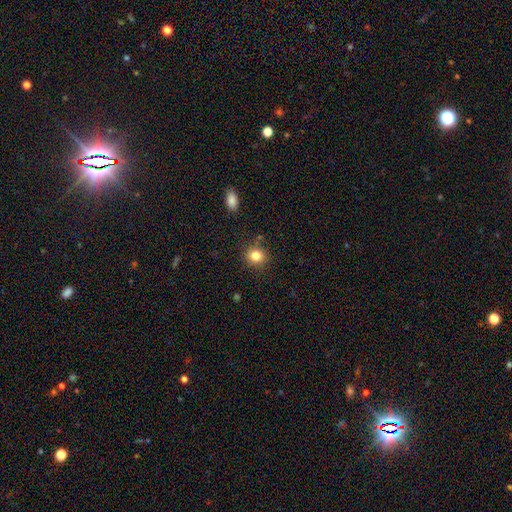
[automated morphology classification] This appears to be a smooth galaxy with no disk features (82%) that is round (84%). Merging: none (84%).